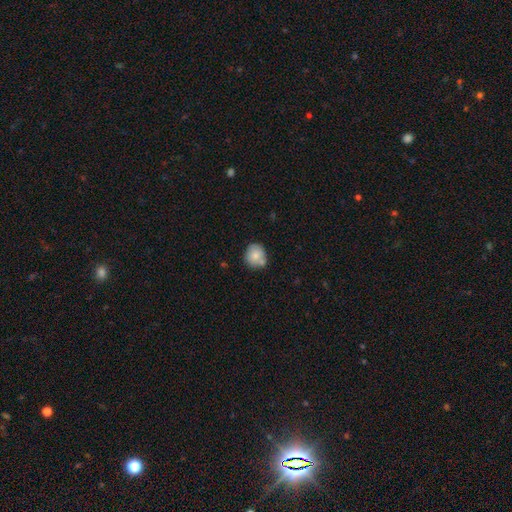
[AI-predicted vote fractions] Q: Smooth or featured?
A: smooth (79%); runner-up: featured or disk (14%)
Q: How rounded?
A: round (83%); runner-up: in between (16%)
Q: Merging?
A: none (64%); runner-up: merger (16%)